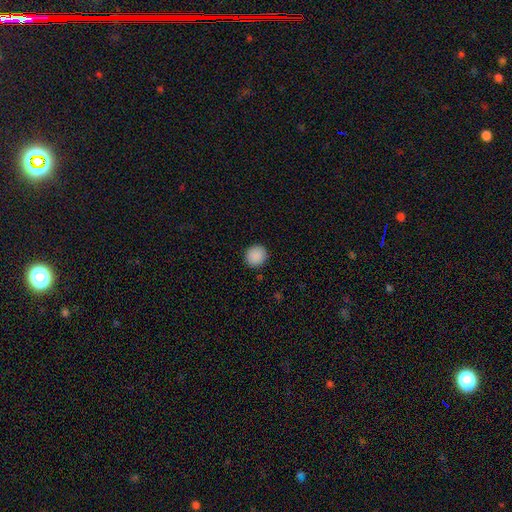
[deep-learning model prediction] smooth 90%, star or artifact 8%, featured or disk 3%. Down the decision tree: how rounded — round (91%); merging — none (91%).